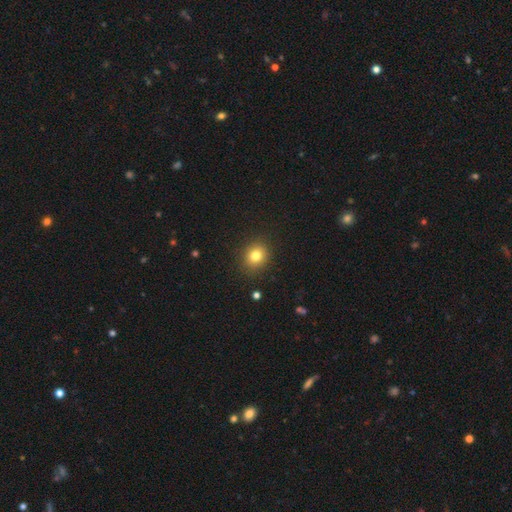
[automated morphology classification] A smooth galaxy with no disk features (80%) that is round (74%).

Vote fractions:
- Smooth or featured? smooth: 80% / star or artifact: 13% / featured or disk: 8%
- How rounded? round: 74% / in between: 25% / cigar-shaped: 1%
- Merging? none: 89% / minor disturbance: 8% / major disturbance: 2% / merger: 1%